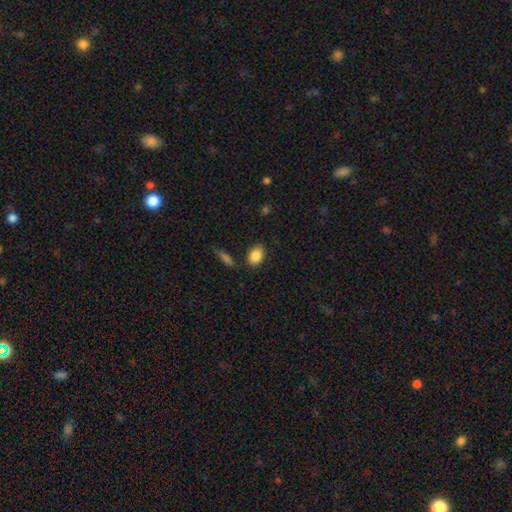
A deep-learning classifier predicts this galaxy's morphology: Q: Smooth or featured?
A: smooth (87%); runner-up: star or artifact (8%)
Q: How rounded?
A: in between (73%); runner-up: round (25%)
Q: Merging?
A: none (82%); runner-up: minor disturbance (11%)